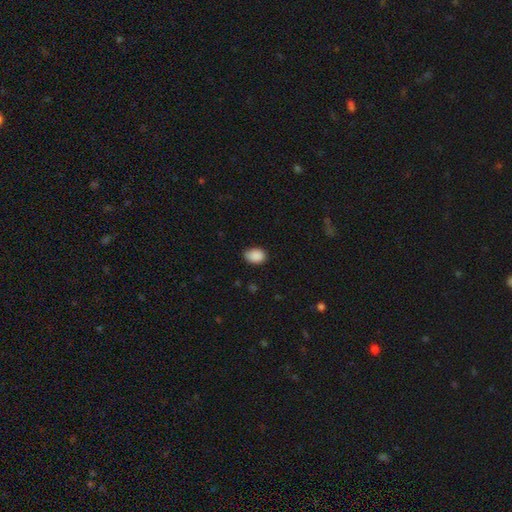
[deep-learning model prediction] Morphology: type=smooth (89%); roundness=in between (77%); merging=none (75%).